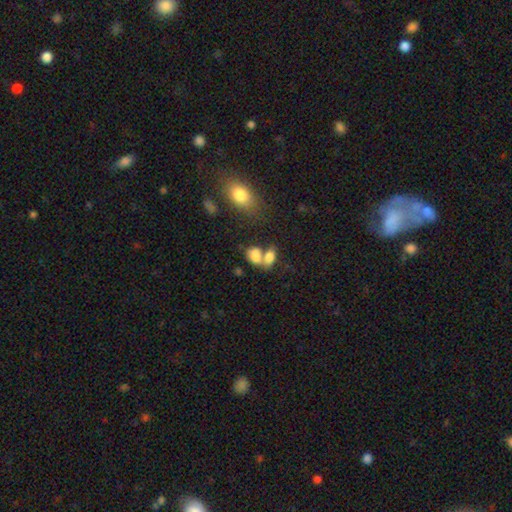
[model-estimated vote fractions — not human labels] Morphology: type=smooth (79%); roundness=in between (83%); merging=merger (60%).